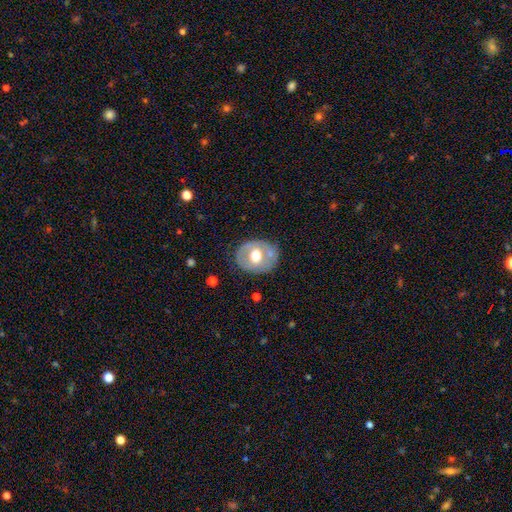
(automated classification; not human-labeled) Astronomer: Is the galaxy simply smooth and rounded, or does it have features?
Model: smooth — 49% (runner-up: featured or disk, 44%).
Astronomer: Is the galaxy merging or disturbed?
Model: none — 71%.